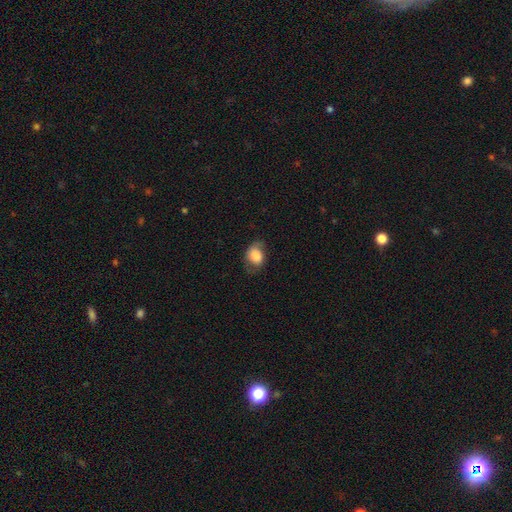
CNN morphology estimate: The model was most divided on "merging": none: 57%, minor disturbance: 29%, major disturbance: 13%, merger: 1%. More confident: smooth or featured — smooth (78%); how rounded — in between (65%).